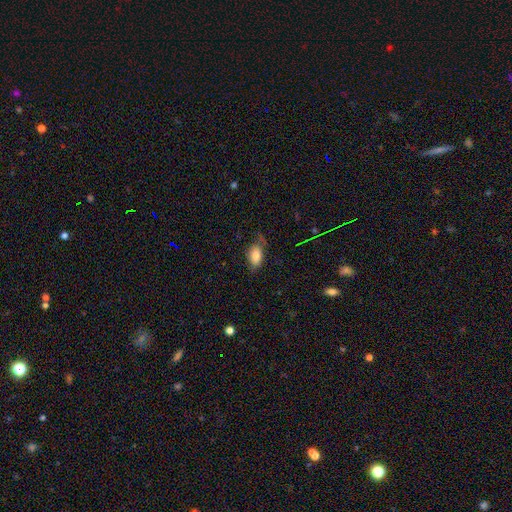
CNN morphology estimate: Smooth or featured: smooth — 78% (featured or disk — 13%)
How rounded: in between — 90% (round — 6%)
Merging: none — 56% (minor disturbance — 30%)